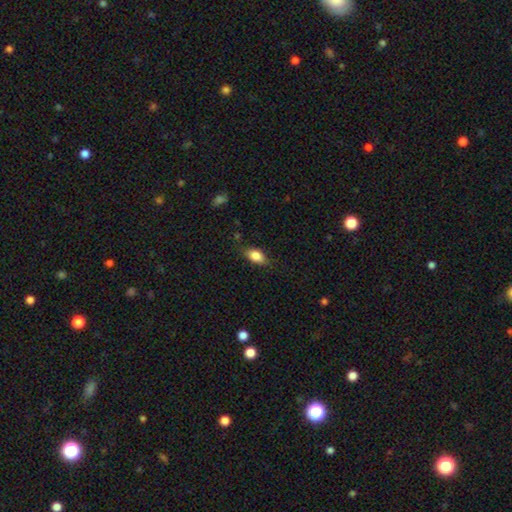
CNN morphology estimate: Smooth or featured: smooth — 84% (featured or disk — 9%)
How rounded: in between — 85% (round — 8%)
Merging: none — 77% (minor disturbance — 18%)